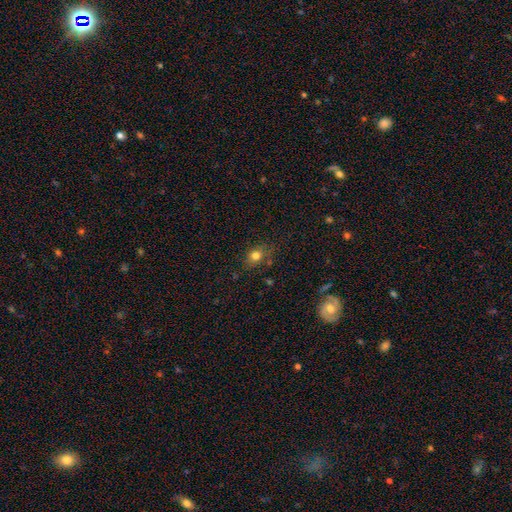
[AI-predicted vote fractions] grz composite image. It shows a smooth galaxy with no disk features (78%) that is round (52%). Merging: none (73%).